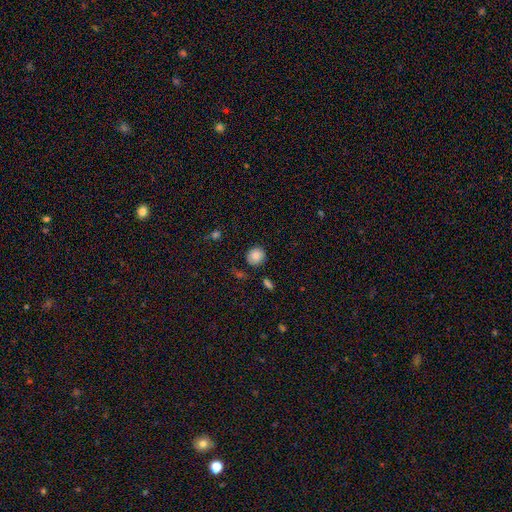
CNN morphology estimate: smooth 86%, star or artifact 9%, featured or disk 5%. Down the decision tree: how rounded — round (88%); merging — none (81%).